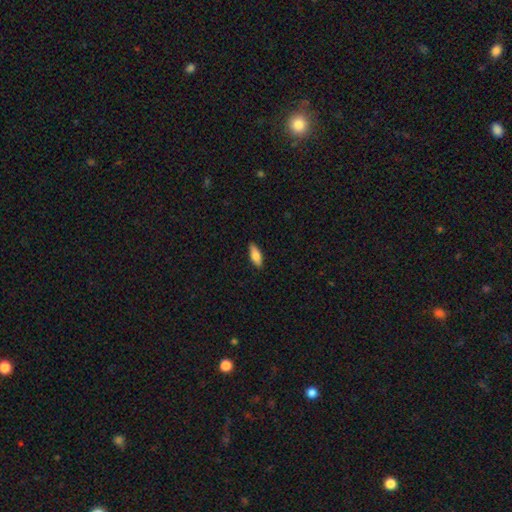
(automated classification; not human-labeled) Smooth or featured? Predicted: smooth (p=0.77). How rounded? Predicted: in between (p=0.68). Merging? Predicted: none (p=0.88).